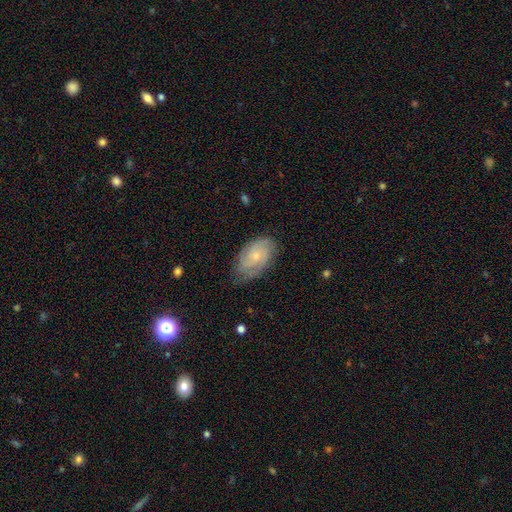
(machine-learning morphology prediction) smooth_or_featured: featured or disk (p=0.69) [alt: smooth p=0.24]
disk_edge_on: no (p=0.96) [alt: yes p=0.04]
bar: no (p=0.73) [alt: weak p=0.24]
has_spiral_arms: yes (p=0.93) [alt: no p=0.07]
spiral_winding: tight (p=0.57) [alt: medium p=0.34]
spiral_arm_count: 2 (p=0.34) [alt: can't tell p=0.32]
bulge_size: small (p=0.72) [alt: moderate p=0.21]
merging: none (p=0.68) [alt: minor disturbance p=0.24]